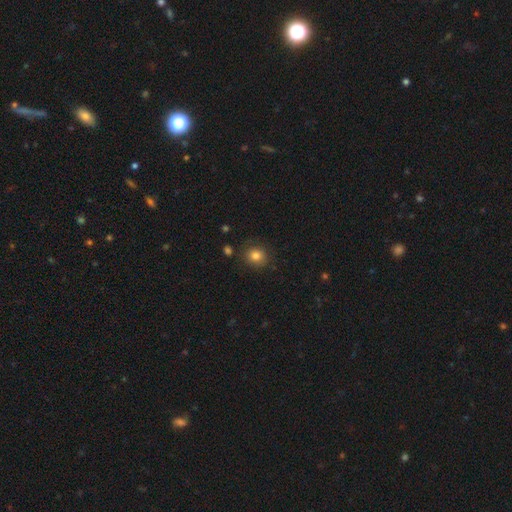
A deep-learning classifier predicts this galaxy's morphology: Smooth or featured? smooth (81%)
How rounded? round (84%)
Merging? none (85%)